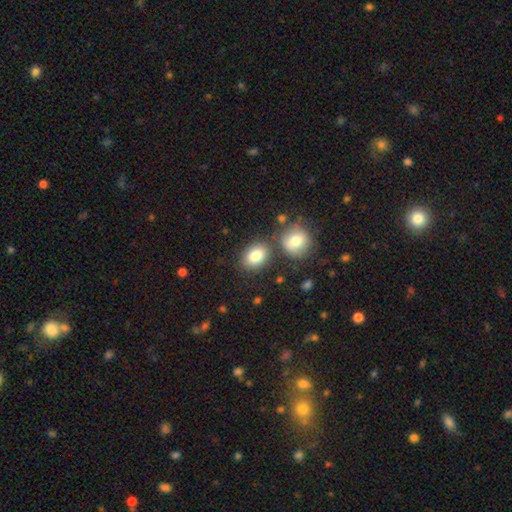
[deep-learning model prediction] This appears to be a smooth galaxy with no disk features (83%) that is in between round and cigar-shaped (69%). Merging: none (70%).